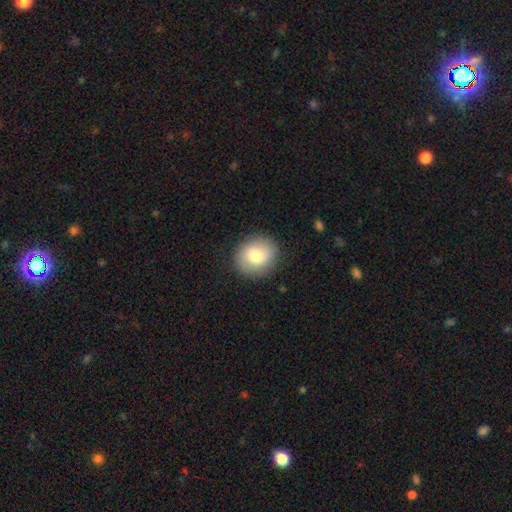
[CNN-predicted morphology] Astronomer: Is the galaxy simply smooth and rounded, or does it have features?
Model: smooth — 79%.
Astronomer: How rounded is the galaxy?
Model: round — 79%.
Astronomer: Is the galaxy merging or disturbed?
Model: none — 88%.